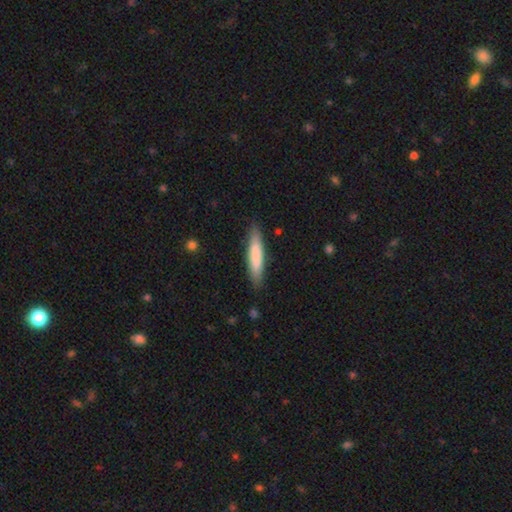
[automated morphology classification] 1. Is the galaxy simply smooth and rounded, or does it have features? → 79% smooth, 16% featured or disk, 5% star or artifact.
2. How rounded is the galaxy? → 85% cigar-shaped, 14% in between, 1% round.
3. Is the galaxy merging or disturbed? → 87% none, 10% minor disturbance, 2% major disturbance, 1% merger.